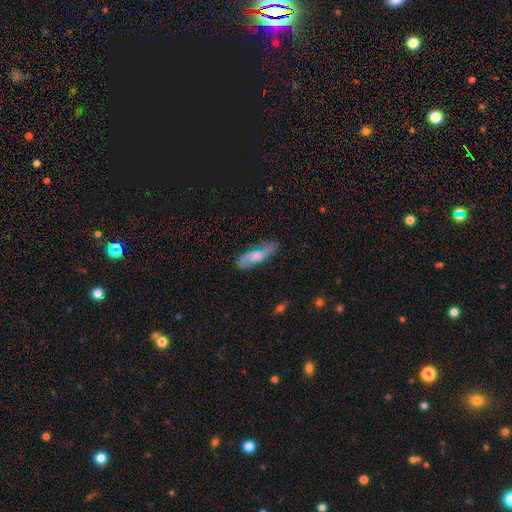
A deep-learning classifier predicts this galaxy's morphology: type=featured or disk (48%); merging=none (64%).